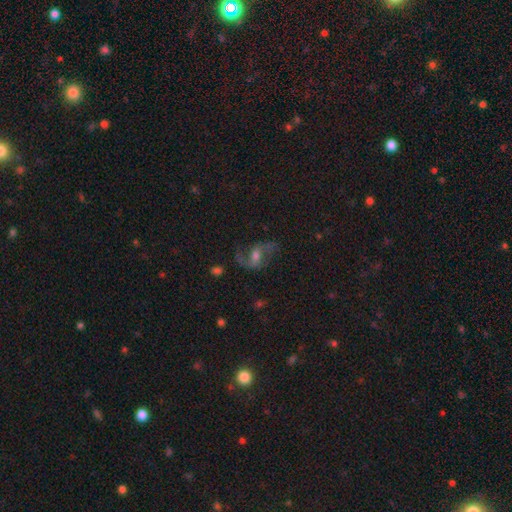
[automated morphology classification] Smooth or featured: featured or disk — 75% (star or artifact — 15%)
Edge-on disk: no — 96% (yes — 4%)
Bar: weak — 45% (no — 35%)
Spiral arms: yes — 94% (no — 6%)
Spiral winding: loose — 58% (medium — 34%)
Spiral arm count: 2 — 89% (can't tell — 4%)
Bulge size: moderate — 55% (small — 32%)
Merging: none — 71% (minor disturbance — 15%)